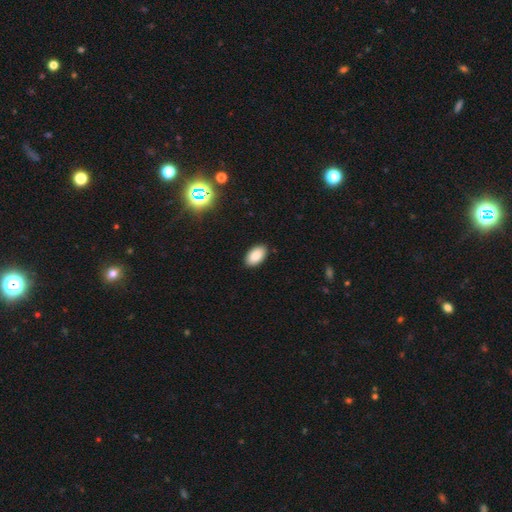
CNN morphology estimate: Smooth or featured? Predicted: smooth (p=0.86). How rounded? Predicted: in between (p=0.94). Merging? Predicted: none (p=0.89).